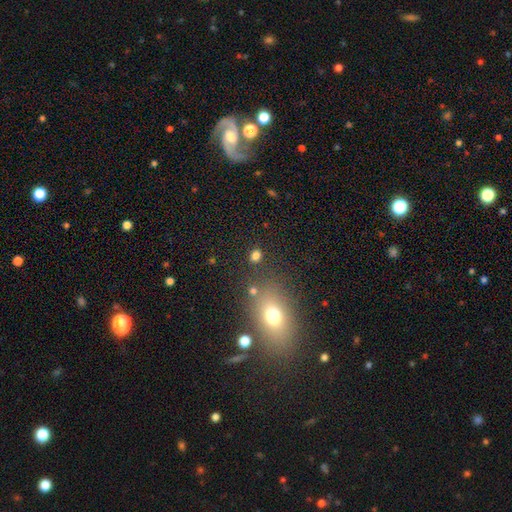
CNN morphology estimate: smooth 77%, star or artifact 16%, featured or disk 6%. Down the decision tree: how rounded — round (56%); merging — none (80%).